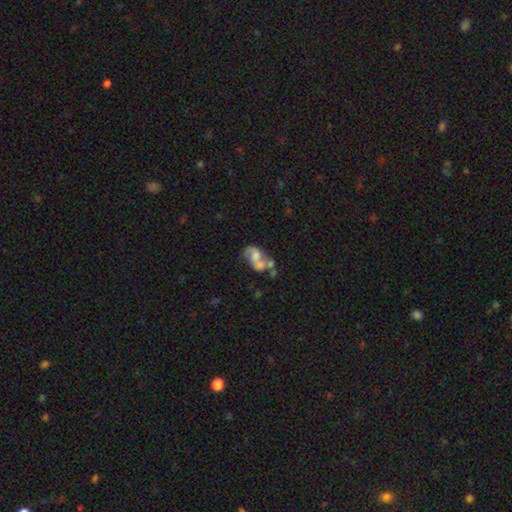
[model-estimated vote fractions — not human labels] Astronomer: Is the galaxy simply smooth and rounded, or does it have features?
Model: featured or disk — 58%.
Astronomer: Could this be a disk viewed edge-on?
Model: no — 97%.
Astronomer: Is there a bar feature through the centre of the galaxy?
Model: no — 69%.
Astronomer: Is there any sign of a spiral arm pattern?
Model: yes — 58% (runner-up: no, 42%).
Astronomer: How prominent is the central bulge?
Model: moderate — 32% (runner-up: none, 29%).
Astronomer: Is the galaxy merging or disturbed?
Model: merger — 45% (runner-up: none, 25%).